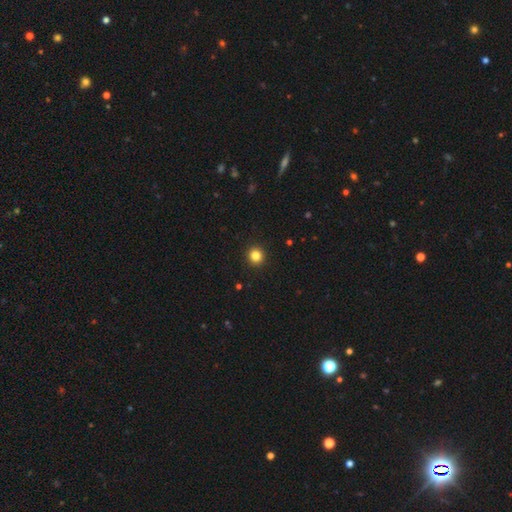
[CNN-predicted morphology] A smooth galaxy with no disk features (84%) that is round (94%).

Vote fractions:
- Smooth or featured? smooth: 84% / star or artifact: 12% / featured or disk: 4%
- How rounded? round: 94% / in between: 5% / cigar-shaped: 1%
- Merging? none: 94% / minor disturbance: 4% / major disturbance: 1% / merger: 1%